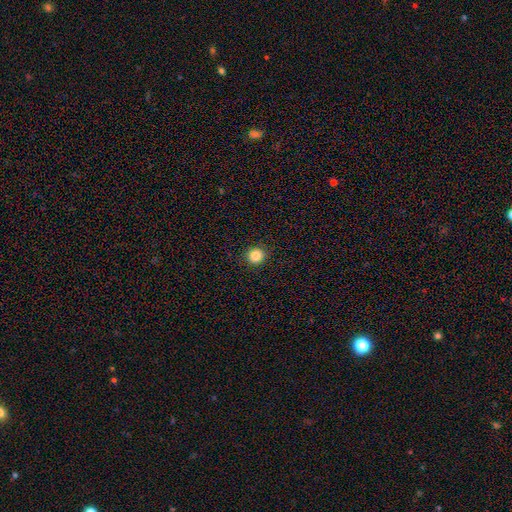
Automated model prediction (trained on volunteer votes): Q: Smooth or featured?
A: smooth (85%); runner-up: star or artifact (11%)
Q: How rounded?
A: round (92%); runner-up: in between (7%)
Q: Merging?
A: none (91%); runner-up: minor disturbance (6%)